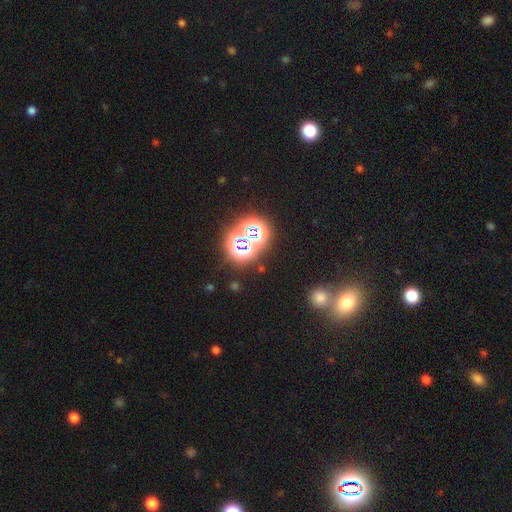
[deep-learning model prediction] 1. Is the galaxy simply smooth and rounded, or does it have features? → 64% star or artifact, 26% smooth, 10% featured or disk.